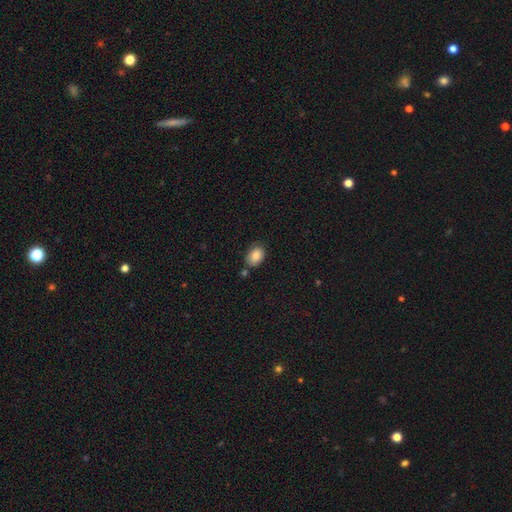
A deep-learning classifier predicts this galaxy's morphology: Q: Smooth or featured?
A: smooth (85%); runner-up: star or artifact (8%)
Q: How rounded?
A: in between (80%); runner-up: round (19%)
Q: Merging?
A: none (70%); runner-up: minor disturbance (18%)